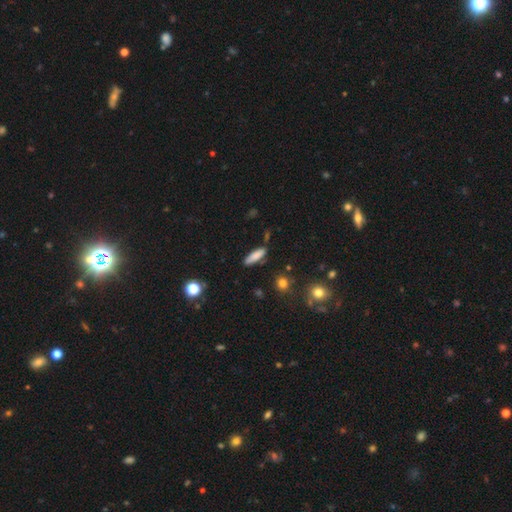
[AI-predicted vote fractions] smooth-or-featured: smooth: 82% | featured or disk: 11% | star or artifact: 8%
  how-rounded: cigar-shaped: 61% | in between: 37% | round: 2%
  merging: none: 81% | minor disturbance: 14% | merger: 3% | major disturbance: 3%